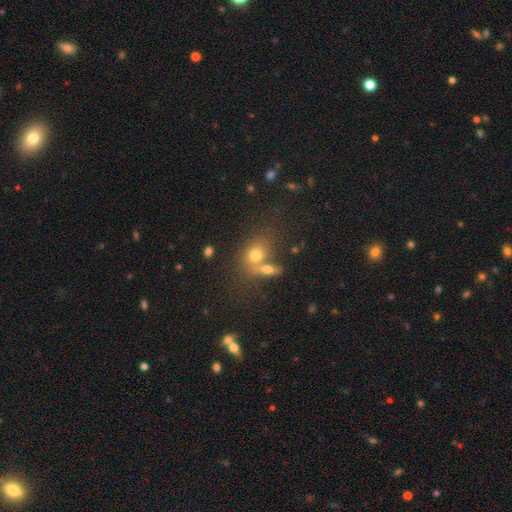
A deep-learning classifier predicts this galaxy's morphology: Smooth or featured? Predicted: smooth (p=0.70). How rounded? Predicted: in between (p=0.59). Merging? Predicted: merger (p=0.46).